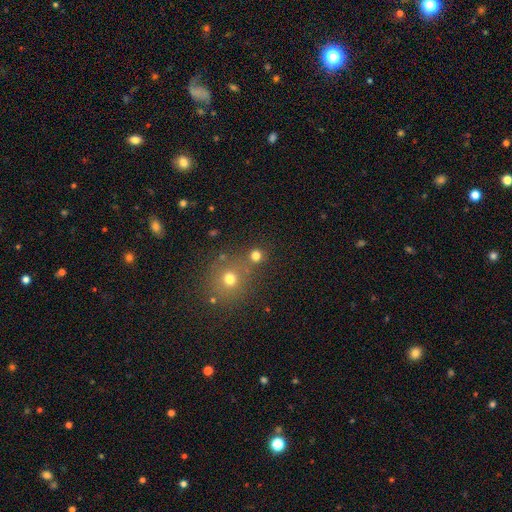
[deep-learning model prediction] This is likely a smooth galaxy (73%). How rounded: clearly round (91%). Merging: likely none (71%).